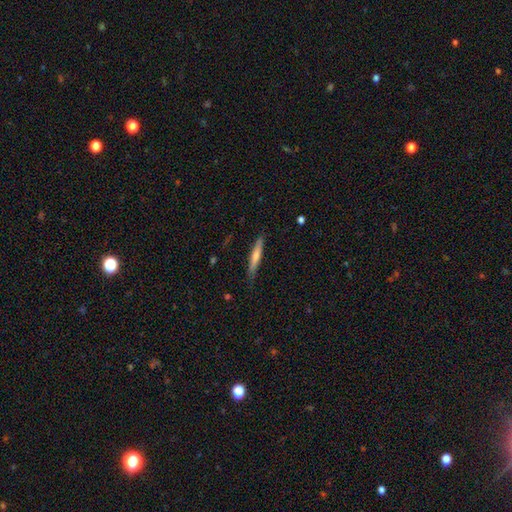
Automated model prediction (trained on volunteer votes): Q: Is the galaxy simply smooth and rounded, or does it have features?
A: featured or disk — 55%.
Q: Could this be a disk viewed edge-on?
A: yes — 95%.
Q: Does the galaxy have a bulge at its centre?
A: rounded — 68%.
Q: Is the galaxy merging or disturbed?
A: none — 86%.